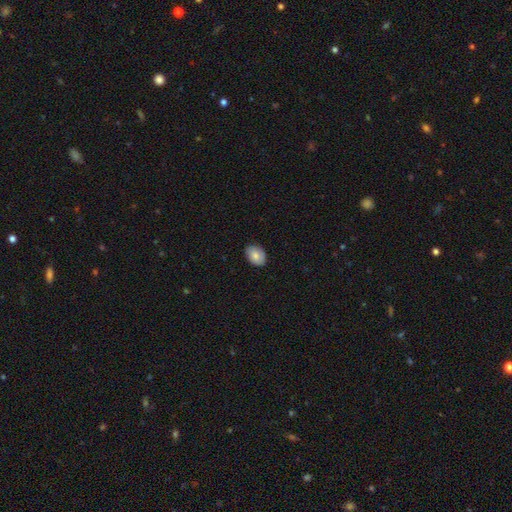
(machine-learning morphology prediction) Smooth or featured: smooth — 78% (featured or disk — 15%)
How rounded: in between — 77% (round — 22%)
Merging: none — 84% (minor disturbance — 13%)